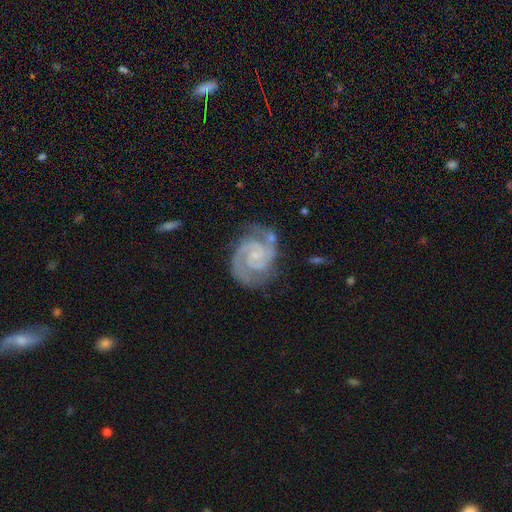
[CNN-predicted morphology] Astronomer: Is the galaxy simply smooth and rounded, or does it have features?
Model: featured or disk — 92%.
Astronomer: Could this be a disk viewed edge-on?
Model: no — 98%.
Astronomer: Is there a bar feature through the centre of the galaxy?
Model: no — 56% (runner-up: weak, 35%).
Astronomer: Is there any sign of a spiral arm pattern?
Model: yes — 99%.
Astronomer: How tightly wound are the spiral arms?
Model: tight — 59% (runner-up: medium, 37%).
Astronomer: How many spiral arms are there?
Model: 2 — 90%.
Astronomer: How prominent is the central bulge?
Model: small — 69%.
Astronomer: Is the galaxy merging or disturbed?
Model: none — 73%.